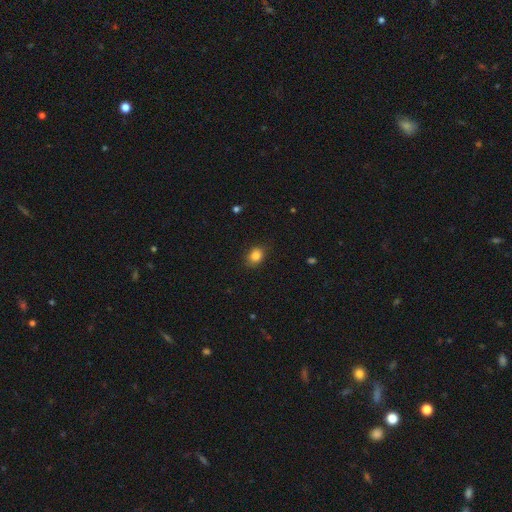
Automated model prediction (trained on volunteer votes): A smooth galaxy with no disk features (84%) that is in between round and cigar-shaped (56%).

Vote fractions:
- Smooth or featured? smooth: 84% / star or artifact: 10% / featured or disk: 5%
- How rounded? in between: 56% / round: 43% / cigar-shaped: 1%
- Merging? none: 84% / minor disturbance: 13% / major disturbance: 3% / merger: 1%